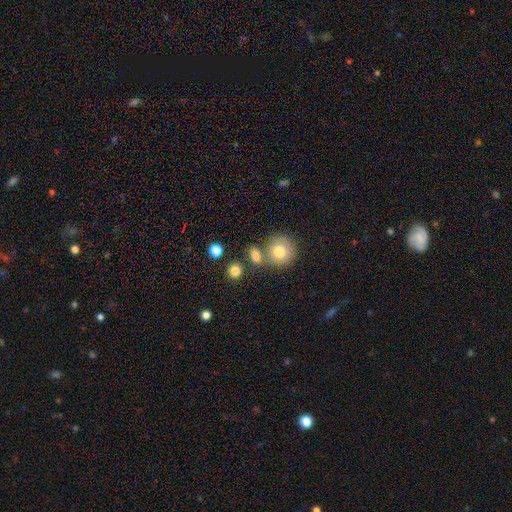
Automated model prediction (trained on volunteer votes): Overall: smooth (79%). How rounded: round (65%; in between 33%). Merging: none (59%; merger 26%).